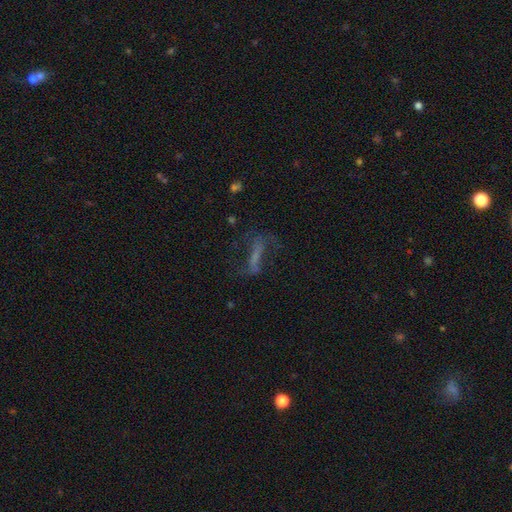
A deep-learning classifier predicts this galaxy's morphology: Q: Smooth or featured?
A: featured or disk (48%); runner-up: smooth (31%)
Q: Merging?
A: none (49%); runner-up: major disturbance (30%)